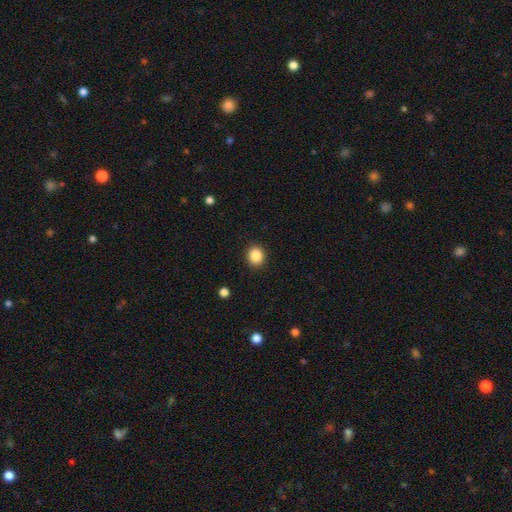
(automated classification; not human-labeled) smooth_or_featured: smooth (p=0.87) [alt: star or artifact p=0.10]
how_rounded: round (p=0.74) [alt: in between p=0.25]
merging: none (p=0.91) [alt: minor disturbance p=0.06]